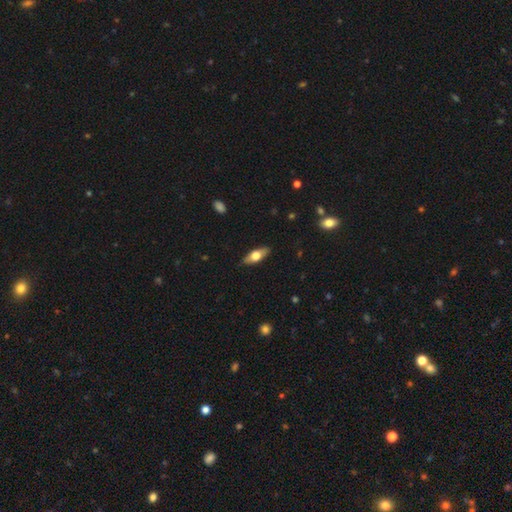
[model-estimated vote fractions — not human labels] Smooth or featured: smooth — 54% (featured or disk — 40%)
How rounded: in between — 67% (cigar-shaped — 30%)
Merging: none — 87% (minor disturbance — 10%)